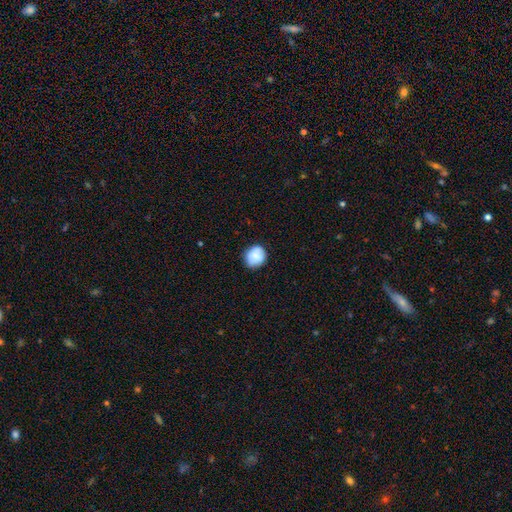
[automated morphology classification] The model was most divided on "how rounded": round: 78%, in between: 21%, cigar-shaped: 1%. More confident: merging — none (84%); smooth or featured — smooth (84%).